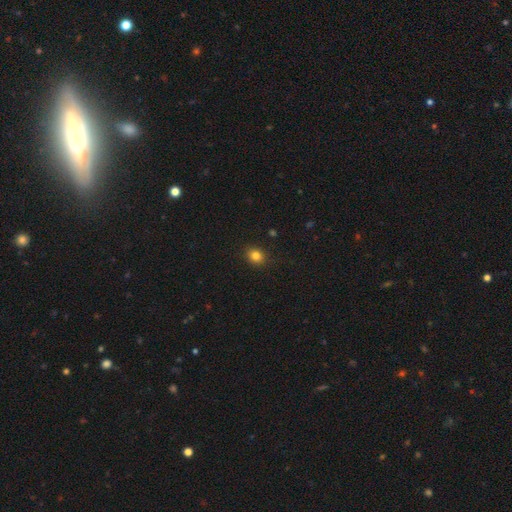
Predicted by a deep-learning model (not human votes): A smooth galaxy with no disk features (82%) that is round (62%).

Vote fractions:
- Smooth or featured? smooth: 82% / star or artifact: 12% / featured or disk: 5%
- How rounded? round: 62% / in between: 37% / cigar-shaped: 1%
- Merging? none: 88% / minor disturbance: 8% / major disturbance: 2% / merger: 1%